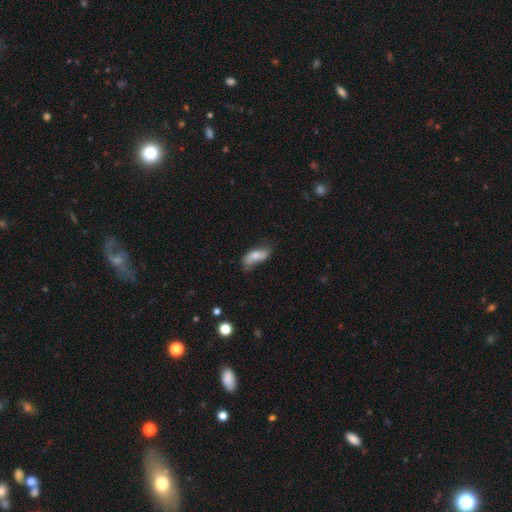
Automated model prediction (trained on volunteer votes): Smooth or featured? smooth (66%)
How rounded? in between (78%)
Merging? none (49%)